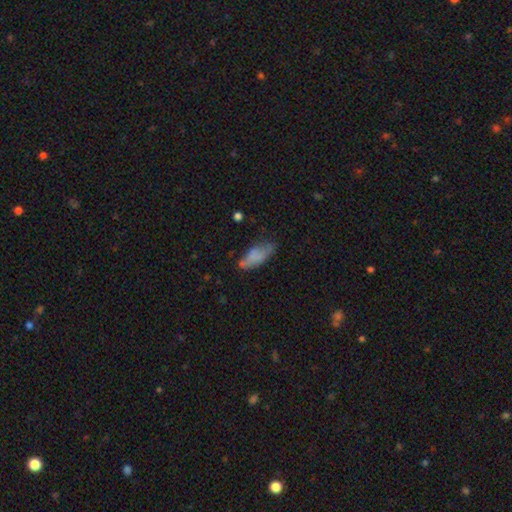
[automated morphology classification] Smooth or featured? smooth (70%)
How rounded? in between (76%)
Merging? none (47%)